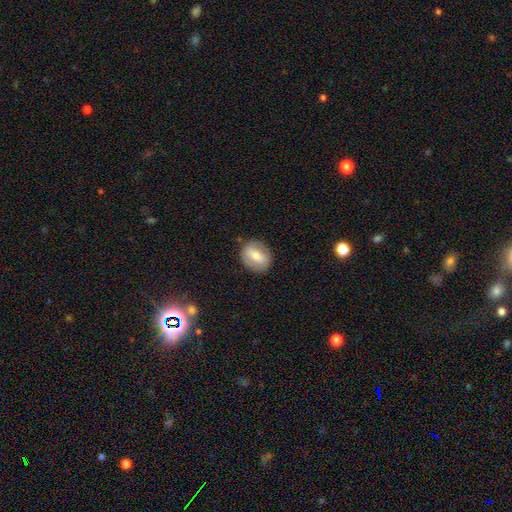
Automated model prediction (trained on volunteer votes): smooth 63%, featured or disk 29%, star or artifact 7%. Down the decision tree: how rounded — in between (53%); merging — none (82%).